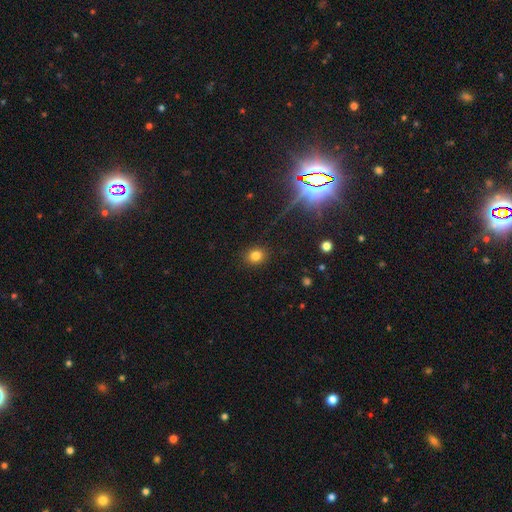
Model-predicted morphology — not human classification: smooth 81%, star or artifact 13%, featured or disk 6%. Down the decision tree: how rounded — round (69%); merging — none (90%).